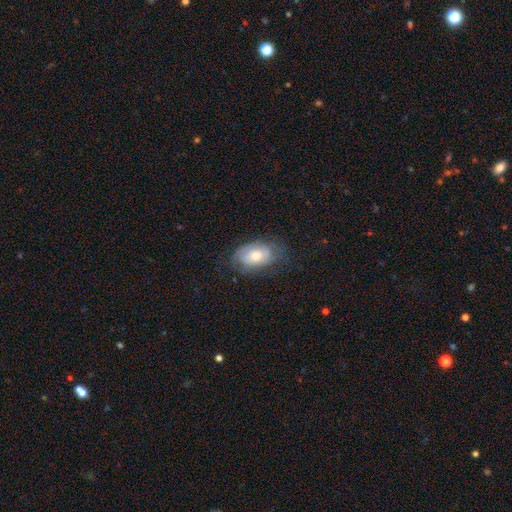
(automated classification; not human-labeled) Smooth or featured?
  - smooth: 57% *
  - featured or disk: 35%
  - star or artifact: 8%
How rounded?
  - in between: 89% *
  - round: 9%
  - cigar-shaped: 2%
Merging?
  - none: 58% *
  - minor disturbance: 28%
  - major disturbance: 13%
  - merger: 1%